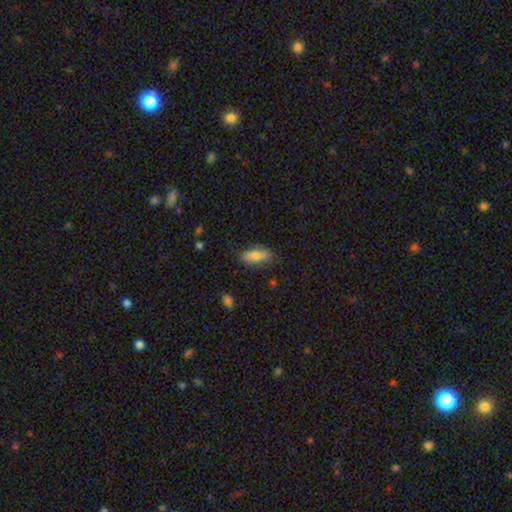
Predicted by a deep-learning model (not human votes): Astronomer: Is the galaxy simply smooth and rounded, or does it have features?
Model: smooth — 72%.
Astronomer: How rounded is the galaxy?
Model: in between — 78%.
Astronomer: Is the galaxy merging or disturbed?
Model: none — 79%.